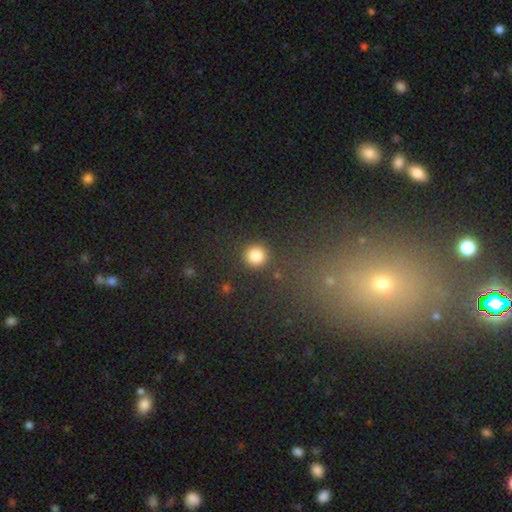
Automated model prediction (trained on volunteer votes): A smooth galaxy with no disk features (85%) that is round (94%).

Vote fractions:
- Smooth or featured? smooth: 85% / star or artifact: 11% / featured or disk: 4%
- How rounded? round: 94% / in between: 5% / cigar-shaped: 1%
- Merging? none: 88% / minor disturbance: 7% / major disturbance: 3% / merger: 3%